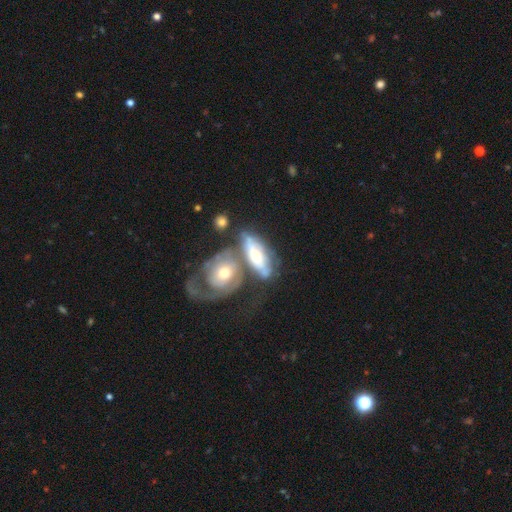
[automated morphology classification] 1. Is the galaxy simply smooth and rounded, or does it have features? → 62% featured or disk, 32% smooth, 6% star or artifact.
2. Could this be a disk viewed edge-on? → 81% no, 19% yes.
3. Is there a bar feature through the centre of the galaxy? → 63% no, 25% weak, 13% strong.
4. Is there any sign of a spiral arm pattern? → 69% yes, 31% no.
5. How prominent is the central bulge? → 61% moderate, 20% small, 15% large, 2% none, 2% dominant.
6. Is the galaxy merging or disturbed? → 48% merger, 26% none, 14% minor disturbance, 12% major disturbance.